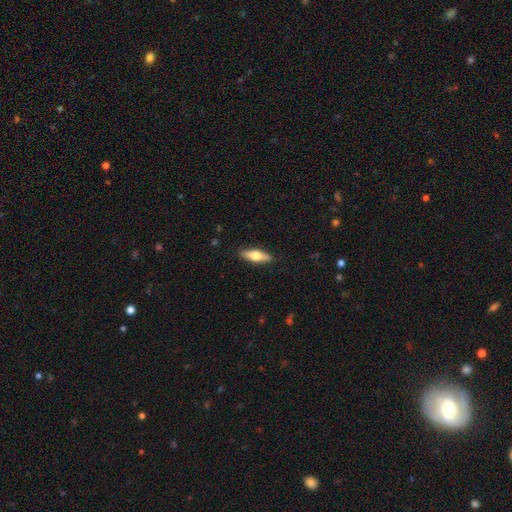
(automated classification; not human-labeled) This is possibly a smooth galaxy (56%). How rounded: possibly in between (51%). Merging: clearly none (89%).